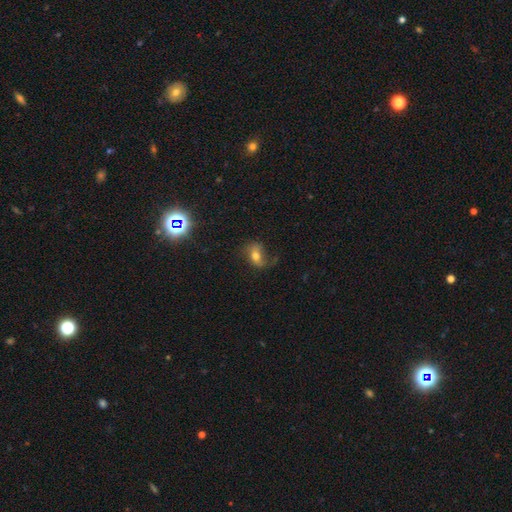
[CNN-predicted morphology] smooth 55%, featured or disk 31%, star or artifact 14%. Down the decision tree: how rounded — in between (79%); merging — none (53%).